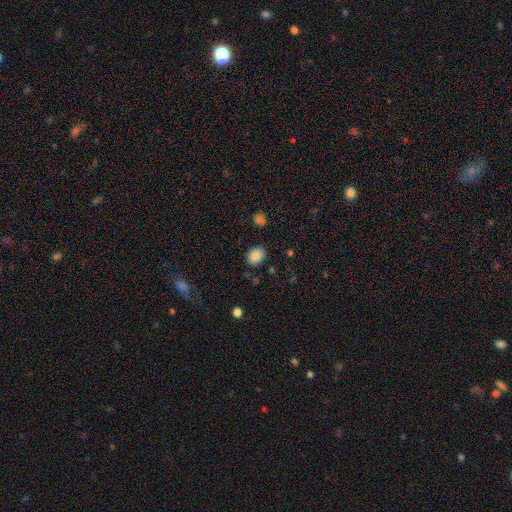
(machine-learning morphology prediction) smooth-or-featured: smooth: 86% | star or artifact: 9% | featured or disk: 5%
  how-rounded: in between: 59% | round: 41% | cigar-shaped: 1%
  merging: none: 83% | minor disturbance: 12% | major disturbance: 3% | merger: 2%